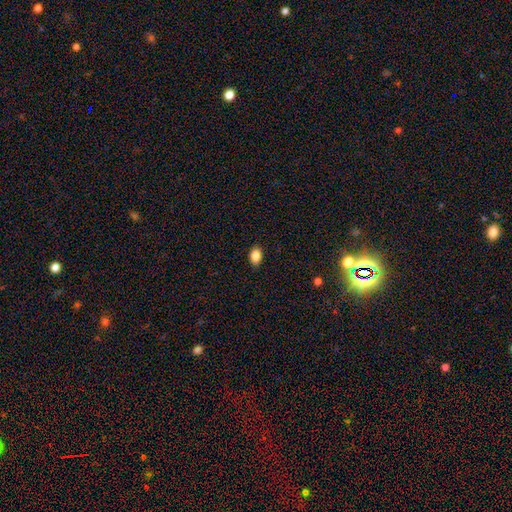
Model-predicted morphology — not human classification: Smooth or featured? Predicted: smooth (p=0.85). How rounded? Predicted: in between (p=0.83). Merging? Predicted: none (p=0.89).